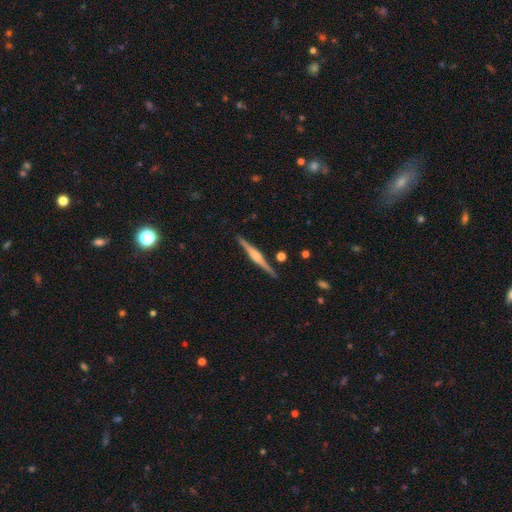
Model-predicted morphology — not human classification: smooth_or_featured: featured or disk (p=0.77) [alt: smooth p=0.18]
disk_edge_on: yes (p=0.98) [alt: no p=0.02]
edge_on_bulge: rounded (p=0.64) [alt: boxy p=0.28]
merging: none (p=0.89) [alt: minor disturbance p=0.08]